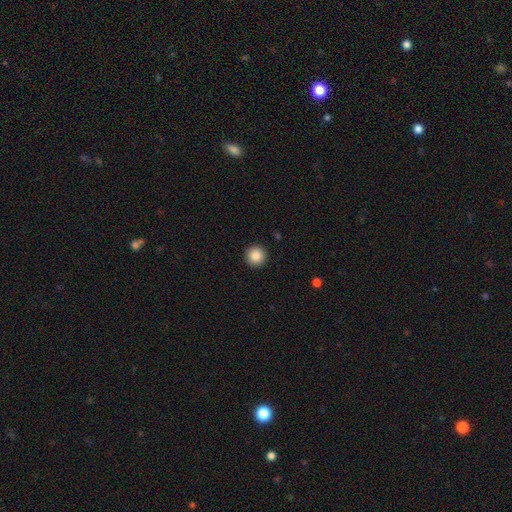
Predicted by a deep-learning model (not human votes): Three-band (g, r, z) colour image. It shows a smooth galaxy with no disk features (87%) that is round (96%). Merging: none (93%).